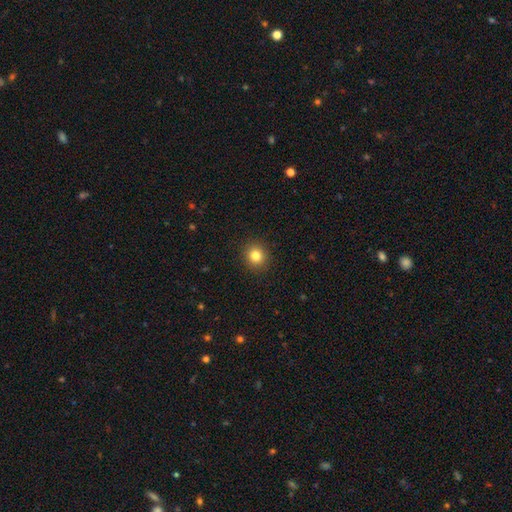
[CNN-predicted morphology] Smooth or featured? smooth (82%)
How rounded? round (88%)
Merging? none (92%)